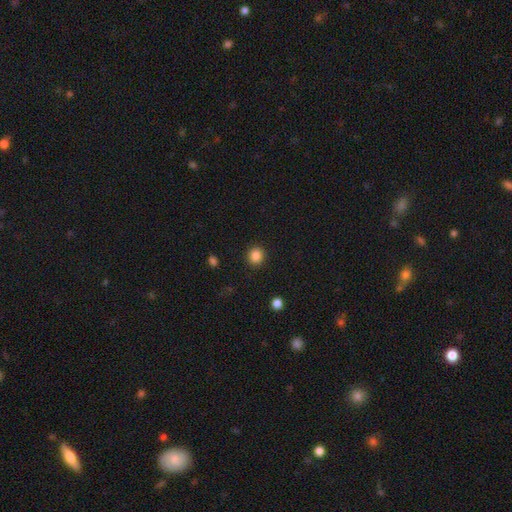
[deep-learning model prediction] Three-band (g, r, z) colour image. It shows a smooth galaxy with no disk features (85%) that is round (90%). Merging: none (92%).